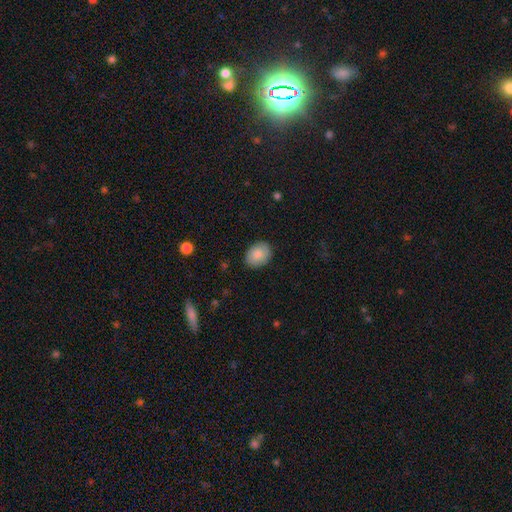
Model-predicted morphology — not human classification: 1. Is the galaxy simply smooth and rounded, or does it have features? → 83% smooth, 10% featured or disk, 7% star or artifact.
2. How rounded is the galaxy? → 66% in between, 33% round, 1% cigar-shaped.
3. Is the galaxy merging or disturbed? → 85% none, 11% minor disturbance, 2% major disturbance, 1% merger.